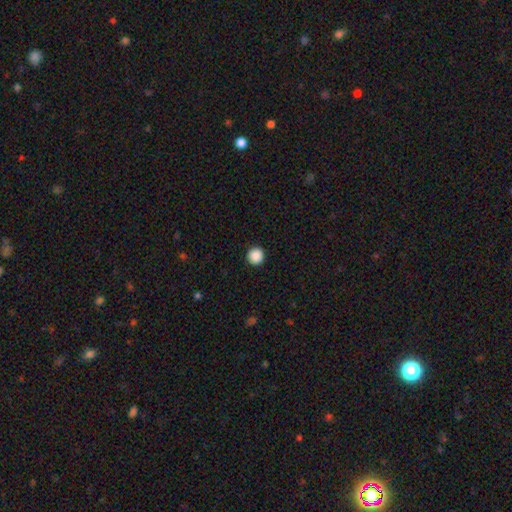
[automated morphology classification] Smooth or featured? Predicted: smooth (p=0.89). How rounded? Predicted: round (p=0.96). Merging? Predicted: none (p=0.93).